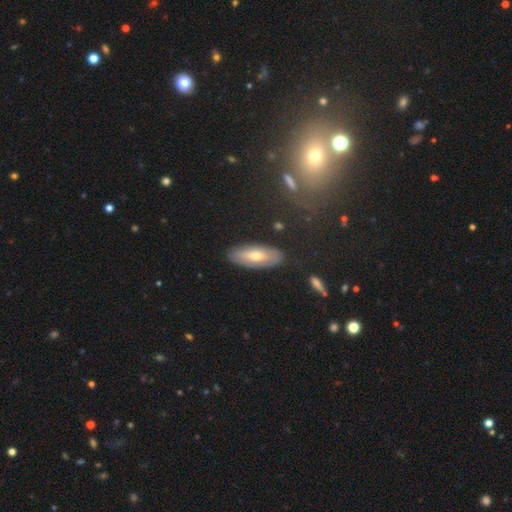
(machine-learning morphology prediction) A smooth galaxy with no disk features (53%) that is in between round and cigar-shaped (74%). Merging: none (84%).